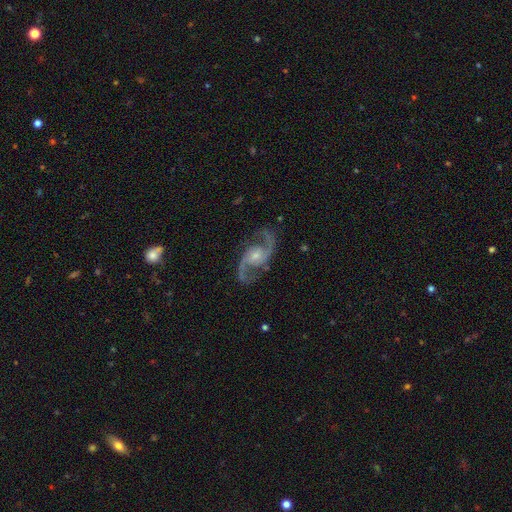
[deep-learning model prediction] Smooth or featured? featured or disk (93%)
Edge-on disk? no (98%)
Bar? no (62%)
Spiral arms? yes (98%)
Spiral winding? medium (56%)
Spiral arm count? 2 (94%)
Bulge size? small (57%)
Merging? none (82%)